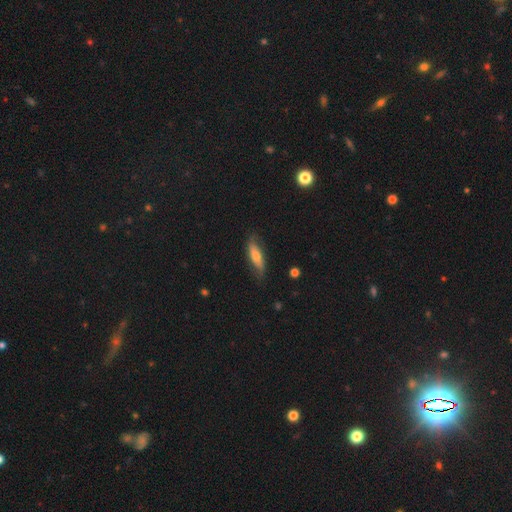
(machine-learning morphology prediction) smooth_or_featured: smooth (p=0.55) [alt: featured or disk p=0.39]
how_rounded: cigar-shaped (p=0.57) [alt: in between p=0.41]
merging: none (p=0.70) [alt: minor disturbance p=0.23]